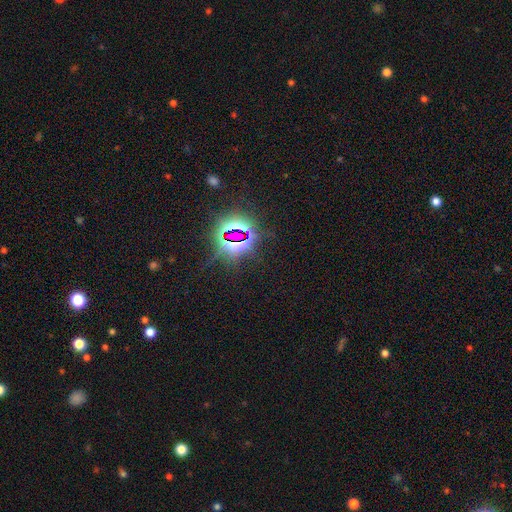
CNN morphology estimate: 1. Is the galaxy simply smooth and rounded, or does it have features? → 81% star or artifact, 11% smooth, 8% featured or disk.